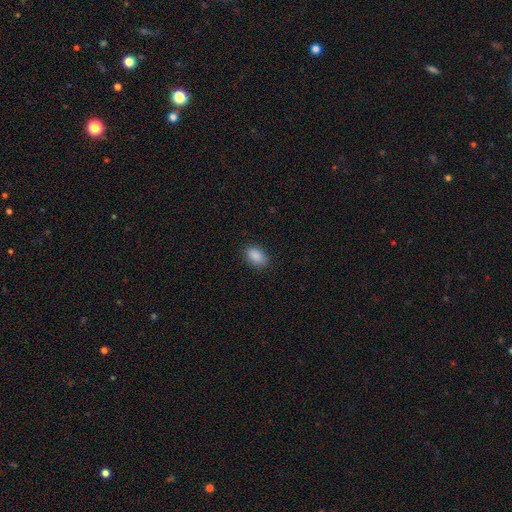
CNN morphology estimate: smooth_or_featured: smooth (p=0.89) [alt: star or artifact p=0.08]
how_rounded: in between (p=0.89) [alt: round p=0.09]
merging: none (p=0.87) [alt: minor disturbance p=0.10]